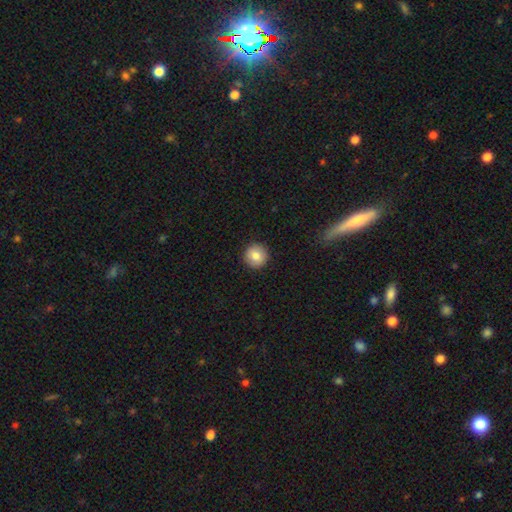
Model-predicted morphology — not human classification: Overall: smooth (82%). How rounded: round (95%). Merging: none (92%).